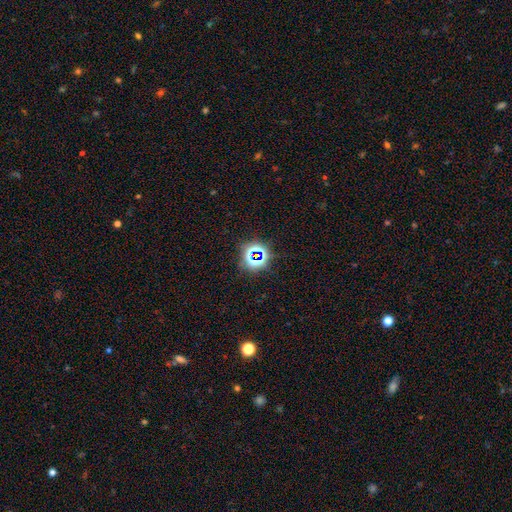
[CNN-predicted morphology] A star or artifact, not a galaxy (69%).

Vote fractions:
- Smooth or featured? star or artifact: 69% / smooth: 22% / featured or disk: 9%